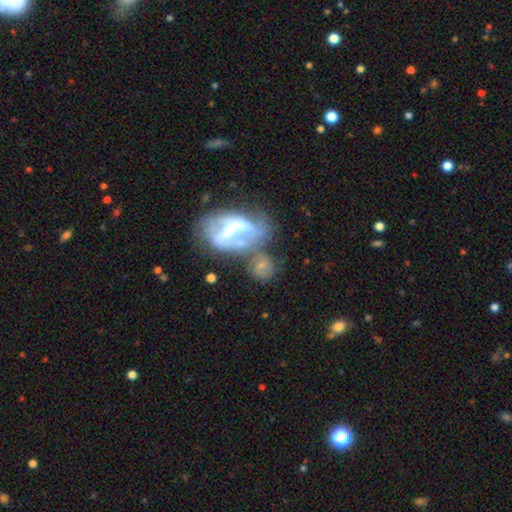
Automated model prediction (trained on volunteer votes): This appears to be a featured or disk galaxy (62%) with a strong bar (37%), no spiral arms (54%) and a moderate central bulge (36%). Merging: merger (43%).